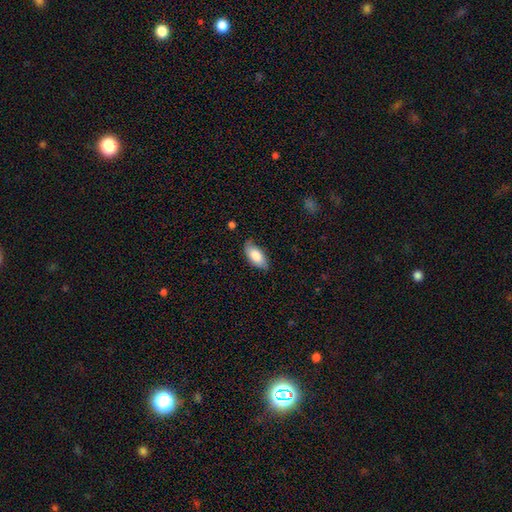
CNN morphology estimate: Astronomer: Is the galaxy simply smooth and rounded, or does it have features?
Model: smooth — 78%.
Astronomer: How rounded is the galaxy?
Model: in between — 90%.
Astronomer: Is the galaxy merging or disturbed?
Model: none — 73%.